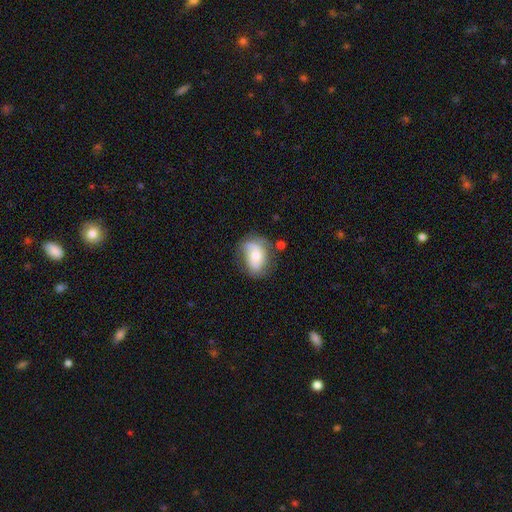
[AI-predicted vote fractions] Overall: smooth (58%; featured or disk 34%). How rounded: in between (80%). Merging: none (52%; minor disturbance 30%).